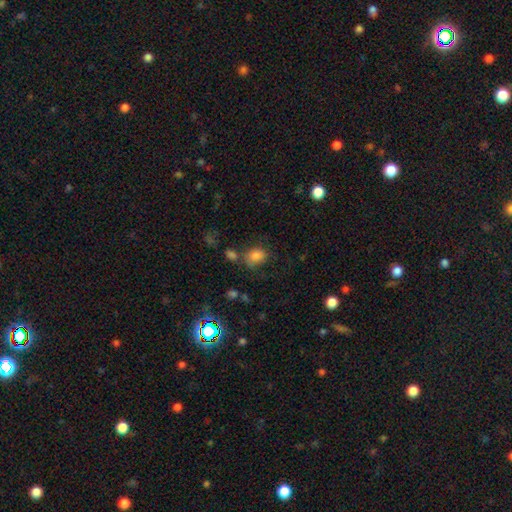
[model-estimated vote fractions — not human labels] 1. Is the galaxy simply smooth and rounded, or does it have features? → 80% smooth, 13% star or artifact, 7% featured or disk.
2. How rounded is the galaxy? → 63% in between, 36% round, 1% cigar-shaped.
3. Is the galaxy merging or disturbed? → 59% none, 19% minor disturbance, 14% merger, 8% major disturbance.